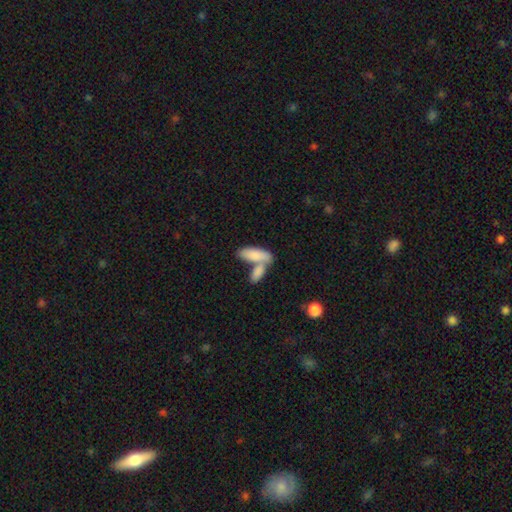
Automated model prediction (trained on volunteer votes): Smooth or featured?
  - smooth: 81% *
  - featured or disk: 14%
  - star or artifact: 5%
How rounded?
  - in between: 76% *
  - cigar-shaped: 22%
  - round: 2%
Merging?
  - merger: 56% *
  - none: 31%
  - minor disturbance: 9%
  - major disturbance: 4%